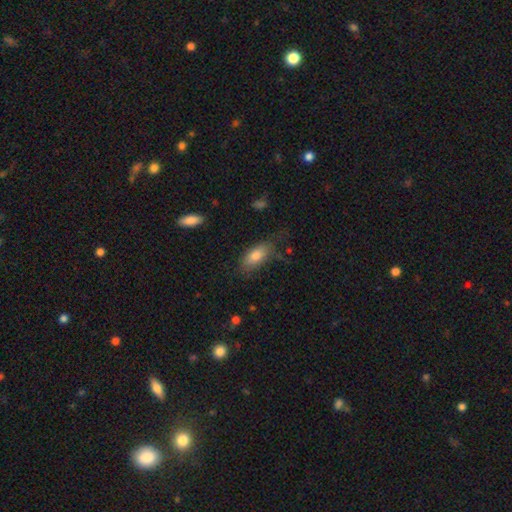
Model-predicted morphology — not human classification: Smooth or featured?
  - smooth: 77% *
  - featured or disk: 15%
  - star or artifact: 8%
How rounded?
  - in between: 87% *
  - cigar-shaped: 9%
  - round: 4%
Merging?
  - none: 66% *
  - minor disturbance: 23%
  - major disturbance: 9%
  - merger: 2%